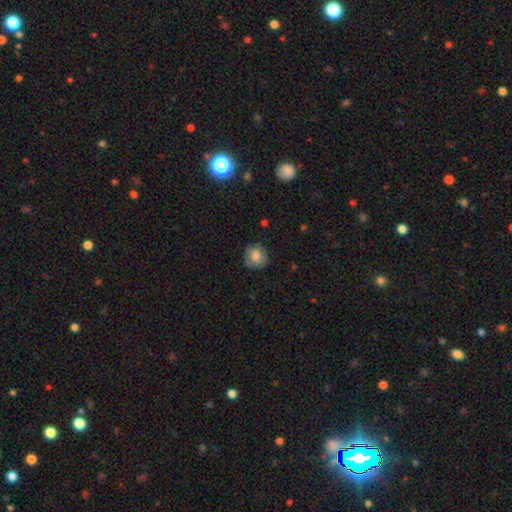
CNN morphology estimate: smooth_or_featured: smooth (p=0.76) [alt: featured or disk p=0.15]
how_rounded: round (p=0.88) [alt: in between p=0.11]
merging: none (p=0.79) [alt: minor disturbance p=0.16]